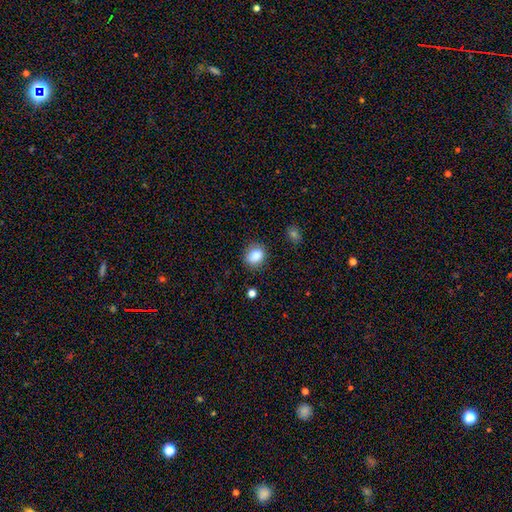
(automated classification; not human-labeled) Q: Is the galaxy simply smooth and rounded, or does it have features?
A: smooth — 86%.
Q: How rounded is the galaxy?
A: round — 58%.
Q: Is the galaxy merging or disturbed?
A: none — 82%.